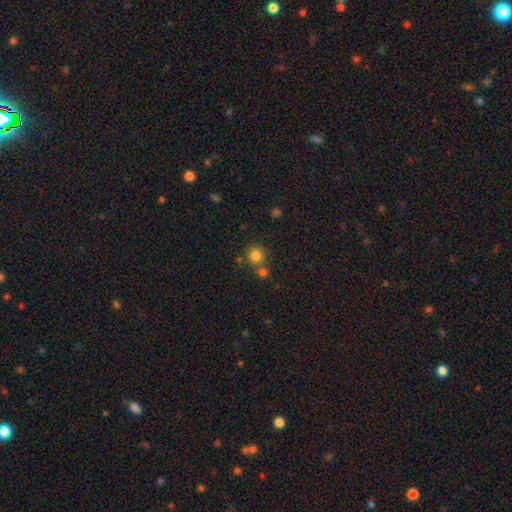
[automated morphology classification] A smooth galaxy with no disk features (81%) that is round (92%).

Vote fractions:
- Smooth or featured? smooth: 81% / star or artifact: 13% / featured or disk: 6%
- How rounded? round: 92% / in between: 7% / cigar-shaped: 1%
- Merging? none: 68% / merger: 22% / minor disturbance: 8% / major disturbance: 3%